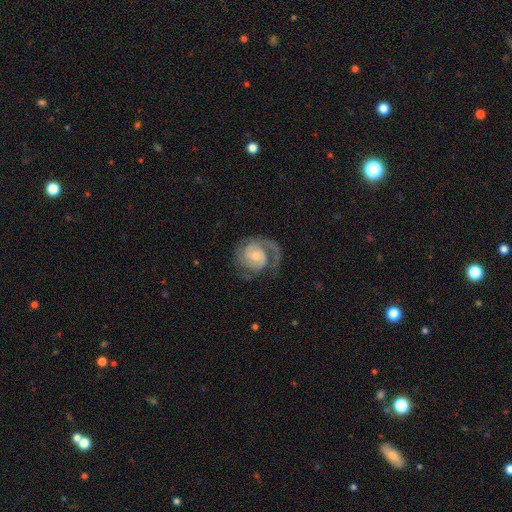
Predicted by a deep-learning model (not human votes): Smooth or featured?
  - featured or disk: 85% *
  - smooth: 10%
  - star or artifact: 5%
Edge-on disk?
  - no: 98% *
  - yes: 2%
Bar?
  - no: 64% *
  - weak: 31%
  - strong: 5%
Spiral arms?
  - yes: 96% *
  - no: 4%
Spiral winding?
  - tight: 47% *
  - medium: 39%
  - loose: 14%
Spiral arm count?
  - 2: 50% *
  - 1: 27%
  - can't tell: 10%
  - 3: 8%
  - 4: 3%
  - more than 4: 2%
Bulge size?
  - small: 57% *
  - moderate: 32%
  - none: 5%
  - large: 5%
  - dominant: 1%
Merging?
  - none: 64% *
  - major disturbance: 18%
  - minor disturbance: 16%
  - merger: 2%